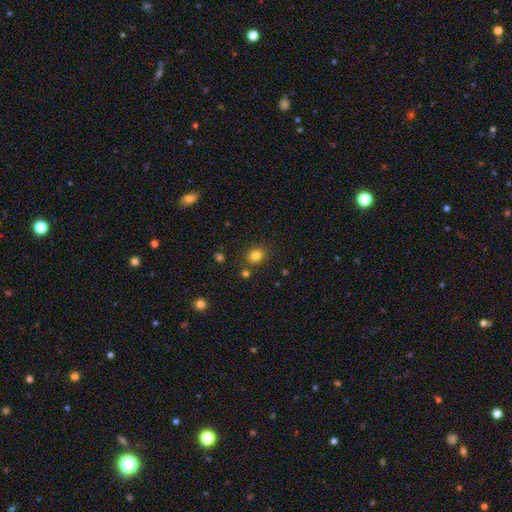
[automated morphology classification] smooth-or-featured: smooth: 81% | star or artifact: 13% | featured or disk: 6%
  how-rounded: round: 76% | in between: 24% | cigar-shaped: 1%
  merging: none: 81% | minor disturbance: 9% | merger: 7% | major disturbance: 3%